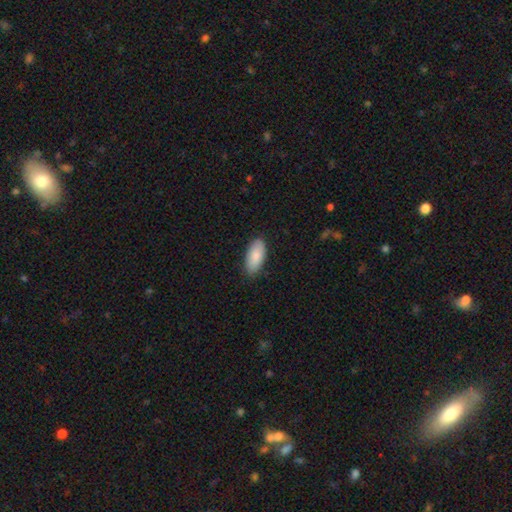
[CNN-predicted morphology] smooth 88%, featured or disk 7%, star or artifact 6%. Down the decision tree: how rounded — in between (91%); merging — none (85%).